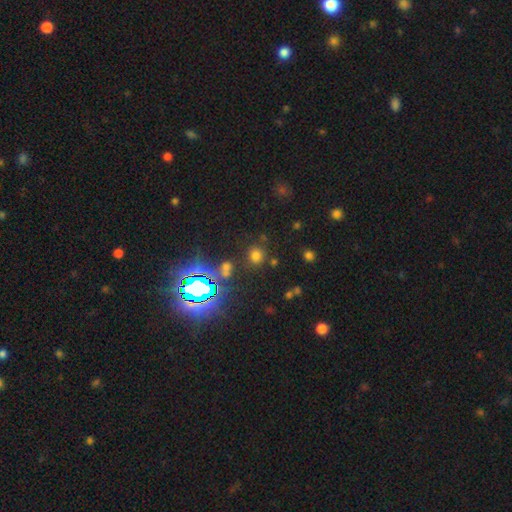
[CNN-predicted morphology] A smooth galaxy with no disk features (60%) that is round (82%). Merging: none (79%).